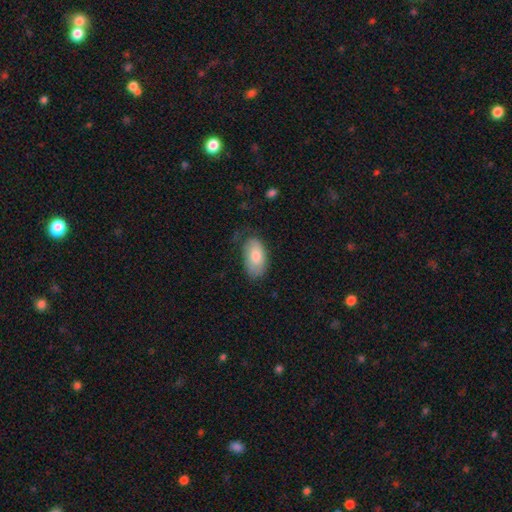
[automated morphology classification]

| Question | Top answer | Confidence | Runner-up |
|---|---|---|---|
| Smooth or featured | smooth | 79% | featured or disk (15%) |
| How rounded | in between | 94% | round (4%) |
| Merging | none | 63% | minor disturbance (27%) |